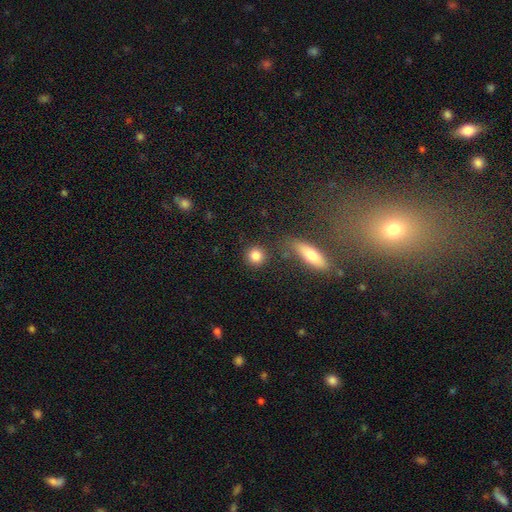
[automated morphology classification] smooth 84%, star or artifact 9%, featured or disk 7%. Down the decision tree: how rounded — round (88%); merging — none (82%).